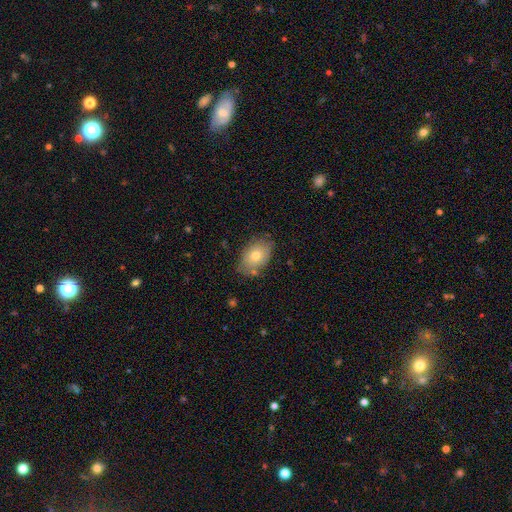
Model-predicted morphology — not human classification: This appears to be a smooth galaxy with no disk features (73%) that is in between round and cigar-shaped (82%). Merging: none (73%).